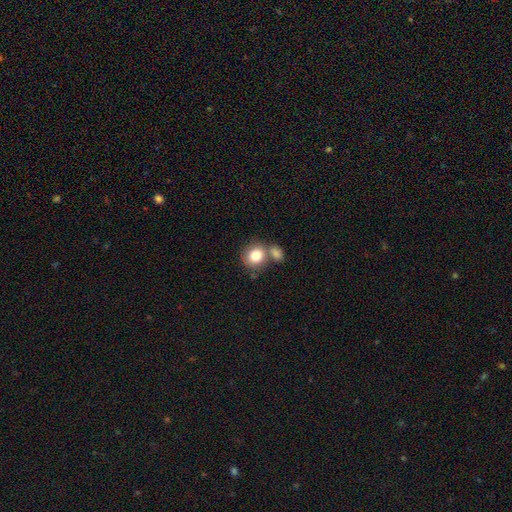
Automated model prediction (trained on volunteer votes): A smooth galaxy with no disk features (81%) that is round (77%).

Vote fractions:
- Smooth or featured? smooth: 81% / featured or disk: 10% / star or artifact: 9%
- How rounded? round: 77% / in between: 22% / cigar-shaped: 1%
- Merging? none: 49% / merger: 36% / minor disturbance: 10% / major disturbance: 4%